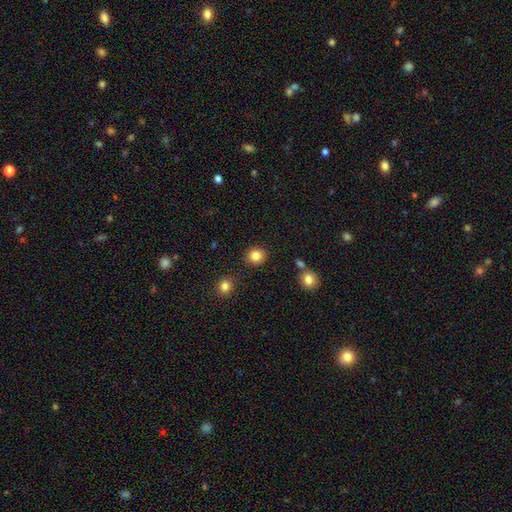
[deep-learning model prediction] Morphology: type=smooth (84%); roundness=round (86%); merging=none (89%).